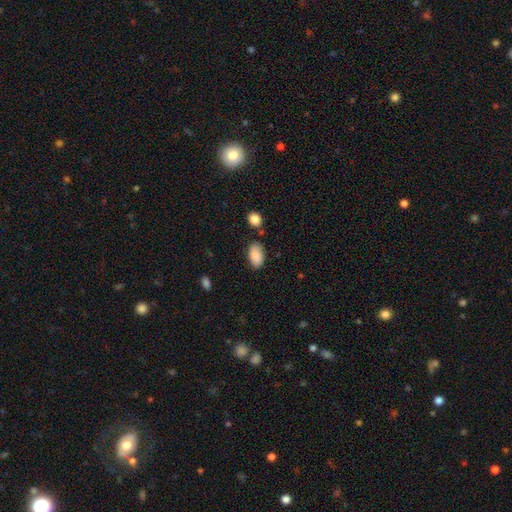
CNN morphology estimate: Q: Smooth or featured?
A: smooth (86%); runner-up: star or artifact (7%)
Q: How rounded?
A: in between (93%); runner-up: round (5%)
Q: Merging?
A: none (74%); runner-up: minor disturbance (18%)